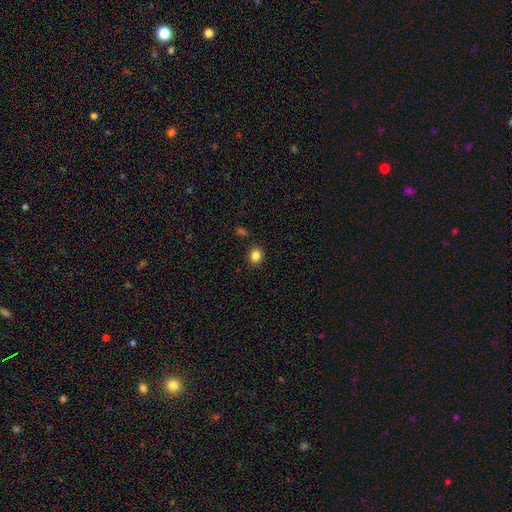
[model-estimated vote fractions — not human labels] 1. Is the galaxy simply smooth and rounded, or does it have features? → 84% smooth, 12% star or artifact, 5% featured or disk.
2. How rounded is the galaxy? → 75% round, 25% in between, 1% cigar-shaped.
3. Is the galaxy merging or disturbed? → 90% none, 7% minor disturbance, 2% major disturbance, 2% merger.